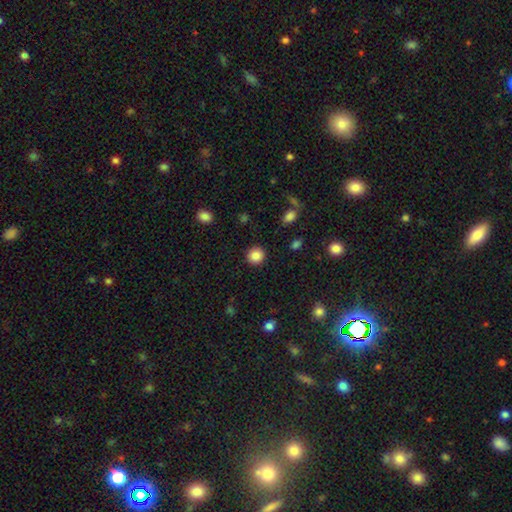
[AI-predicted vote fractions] Smooth or featured?
  - smooth: 86% *
  - star or artifact: 10%
  - featured or disk: 4%
How rounded?
  - round: 92% *
  - in between: 8%
  - cigar-shaped: 1%
Merging?
  - none: 91% *
  - minor disturbance: 5%
  - major disturbance: 2%
  - merger: 1%